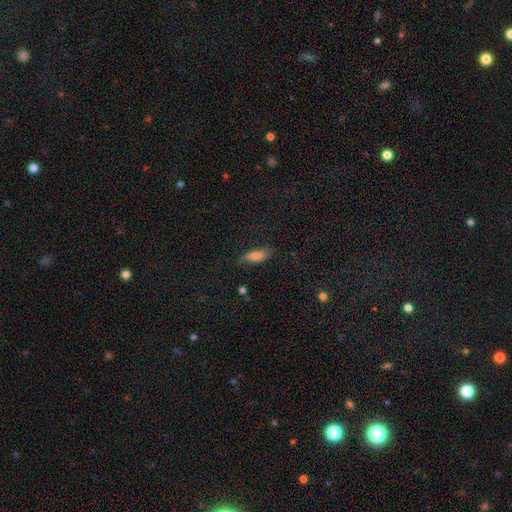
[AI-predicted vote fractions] Smooth or featured: smooth — 72% (featured or disk — 18%)
How rounded: in between — 63% (cigar-shaped — 34%)
Merging: none — 70% (minor disturbance — 22%)